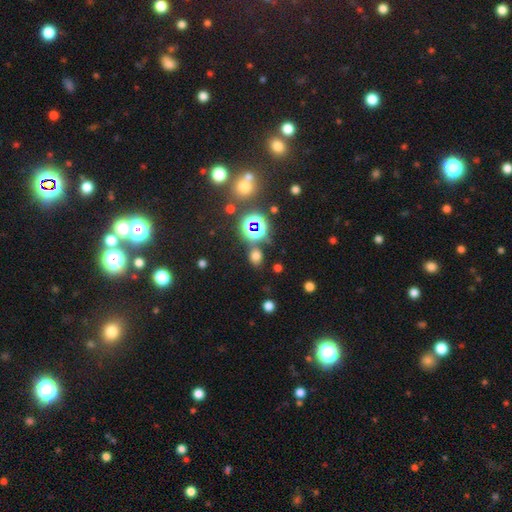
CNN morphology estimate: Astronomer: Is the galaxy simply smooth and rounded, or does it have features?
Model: smooth — 59% (runner-up: star or artifact, 34%).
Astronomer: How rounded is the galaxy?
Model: round — 57% (runner-up: in between, 42%).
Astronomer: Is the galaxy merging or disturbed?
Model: none — 78%.